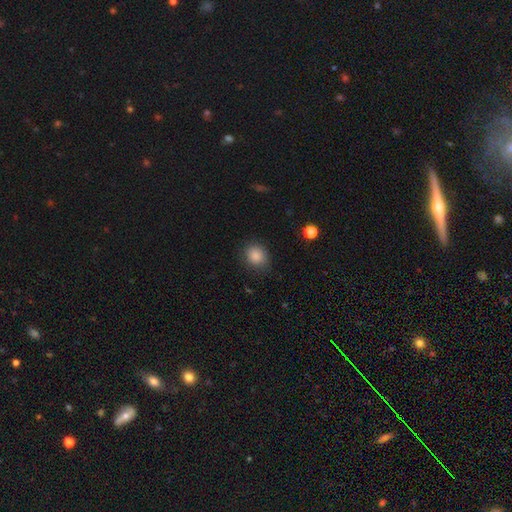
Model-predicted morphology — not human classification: The model was most divided on "how rounded": round: 74%, in between: 25%, cigar-shaped: 1%. More confident: smooth or featured — smooth (86%); merging — none (82%).